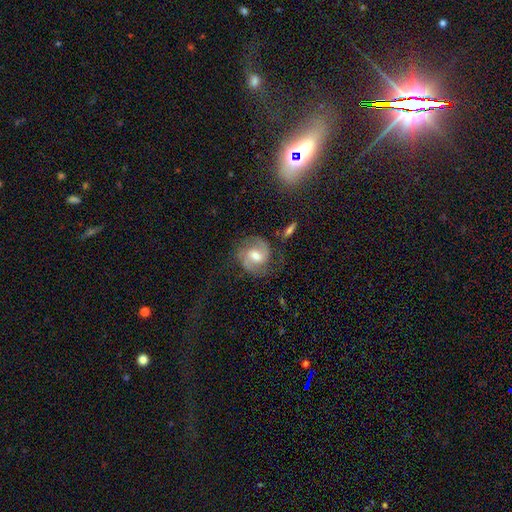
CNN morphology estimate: Smooth or featured: featured or disk — 76% (smooth — 17%)
Edge-on disk: no — 97% (yes — 3%)
Bar: weak — 52% (no — 31%)
Spiral arms: yes — 94% (no — 6%)
Spiral winding: medium — 52% (tight — 25%)
Spiral arm count: 2 — 86% (can't tell — 6%)
Bulge size: moderate — 65% (small — 27%)
Merging: none — 70% (minor disturbance — 17%)